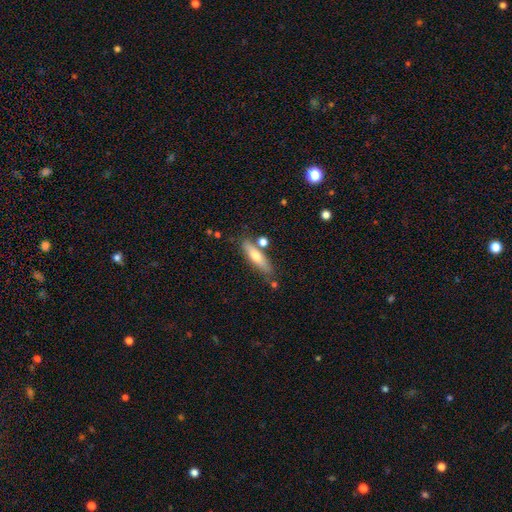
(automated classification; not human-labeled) Q: Smooth or featured?
A: smooth (59%); runner-up: featured or disk (34%)
Q: How rounded?
A: cigar-shaped (72%); runner-up: in between (25%)
Q: Merging?
A: none (74%); runner-up: minor disturbance (14%)